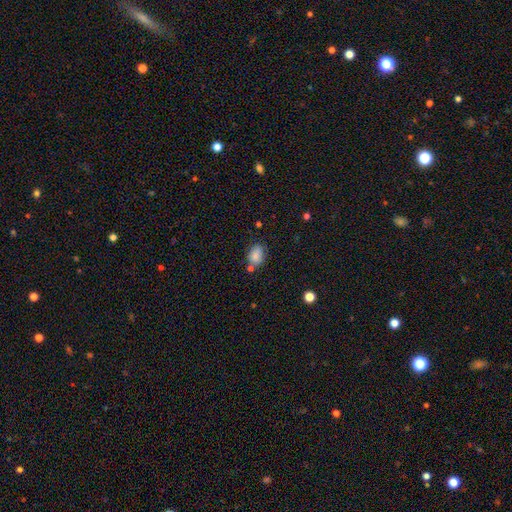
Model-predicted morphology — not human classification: Smooth or featured?
  - smooth: 82% *
  - star or artifact: 10%
  - featured or disk: 9%
How rounded?
  - in between: 72% *
  - round: 27%
  - cigar-shaped: 1%
Merging?
  - none: 62% *
  - minor disturbance: 20%
  - merger: 14%
  - major disturbance: 5%